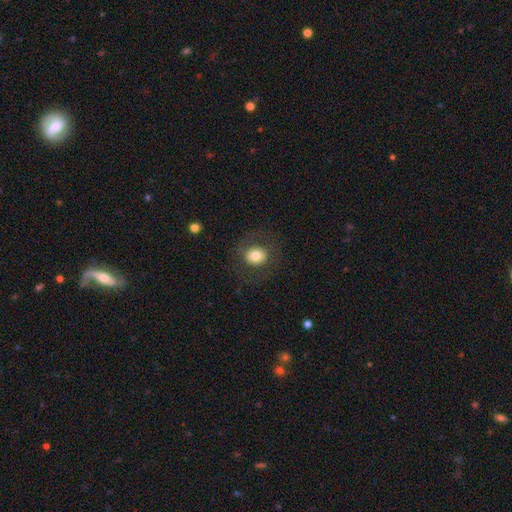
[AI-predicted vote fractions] smooth-or-featured: smooth: 73% | featured or disk: 18% | star or artifact: 9%
  how-rounded: round: 70% | in between: 29% | cigar-shaped: 1%
  merging: none: 81% | minor disturbance: 10% | major disturbance: 7% | merger: 1%